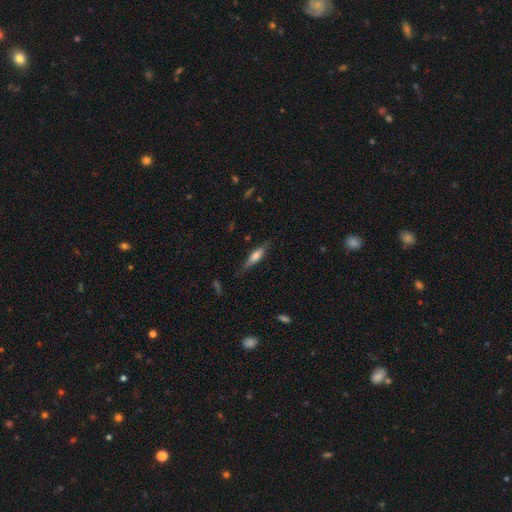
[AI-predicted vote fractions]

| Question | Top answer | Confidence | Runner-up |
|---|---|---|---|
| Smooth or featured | smooth | 49% | featured or disk (44%) |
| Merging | none | 75% | minor disturbance (18%) |